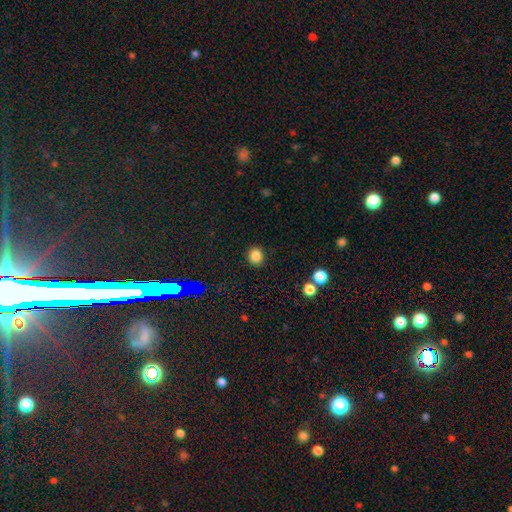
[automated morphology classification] smooth-or-featured: smooth: 84% | star or artifact: 12% | featured or disk: 4%
  how-rounded: round: 80% | in between: 19% | cigar-shaped: 1%
  merging: none: 90% | minor disturbance: 6% | major disturbance: 2% | merger: 1%